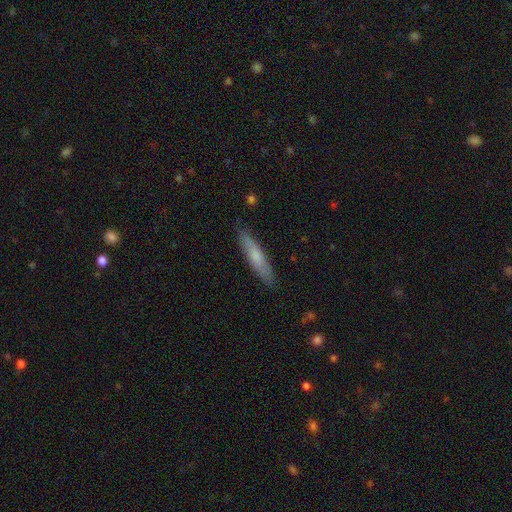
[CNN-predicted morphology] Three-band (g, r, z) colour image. It shows a smooth galaxy with no disk features (67%) that is cigar-shaped (87%). Merging: none (87%).